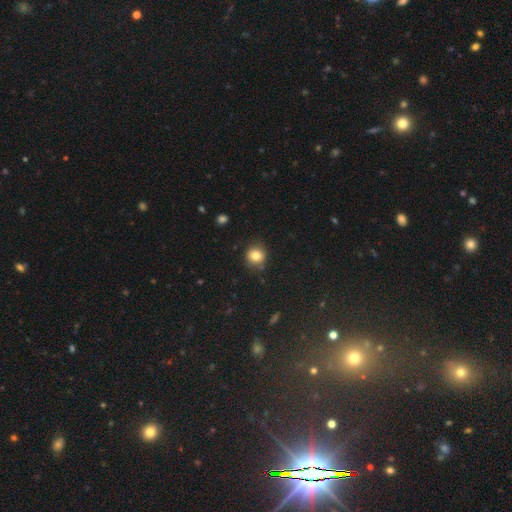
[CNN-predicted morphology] smooth 81%, star or artifact 11%, featured or disk 7%. Down the decision tree: how rounded — round (87%); merging — none (84%).